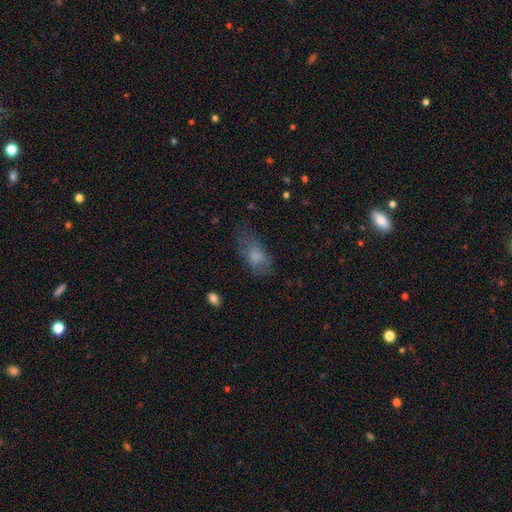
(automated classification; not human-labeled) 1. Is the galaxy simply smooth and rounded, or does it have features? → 71% smooth, 19% featured or disk, 9% star or artifact.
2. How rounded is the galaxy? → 88% in between, 7% cigar-shaped, 6% round.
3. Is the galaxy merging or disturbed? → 47% none, 29% minor disturbance, 21% major disturbance, 2% merger.